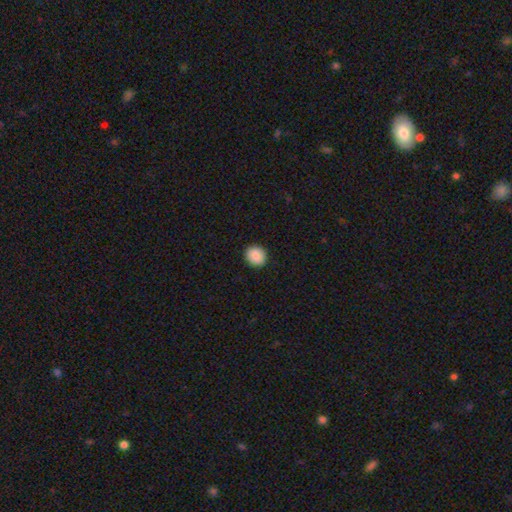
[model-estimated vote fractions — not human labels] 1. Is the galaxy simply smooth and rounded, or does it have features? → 89% smooth, 8% star or artifact, 4% featured or disk.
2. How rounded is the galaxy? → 82% round, 17% in between, 1% cigar-shaped.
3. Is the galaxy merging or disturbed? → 92% none, 5% minor disturbance, 2% major disturbance, 1% merger.